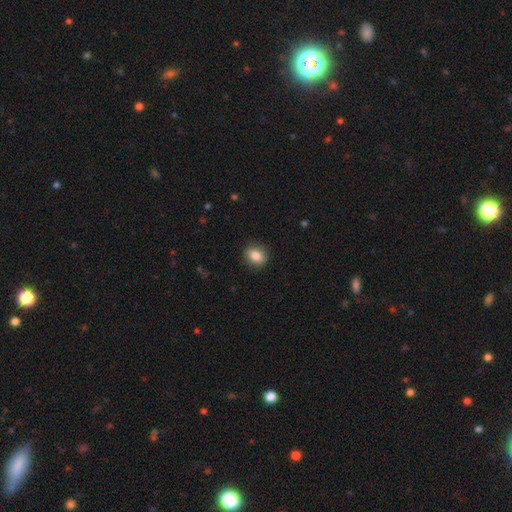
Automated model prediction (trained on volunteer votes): Smooth or featured: smooth — 84% (star or artifact — 9%)
How rounded: round — 56% (in between — 43%)
Merging: none — 89% (minor disturbance — 8%)